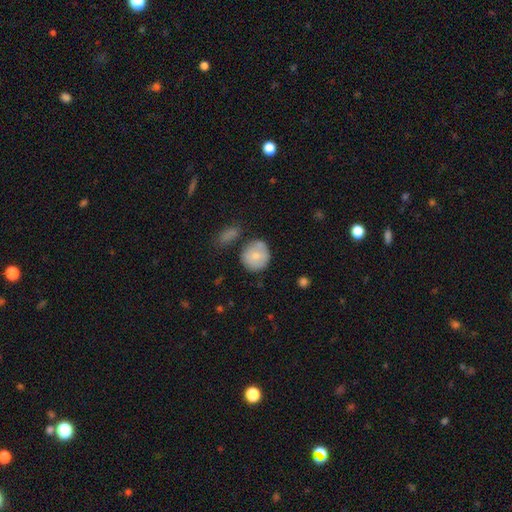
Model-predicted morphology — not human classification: Smooth or featured? smooth (73%)
How rounded? round (89%)
Merging? none (66%)